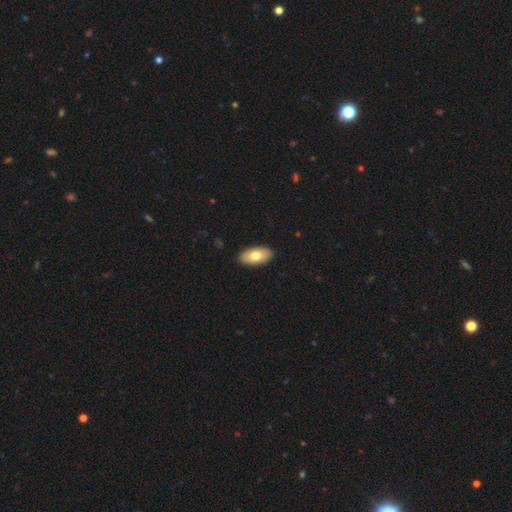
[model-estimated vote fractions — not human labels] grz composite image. It shows a smooth galaxy with no disk features (75%) that is in between round and cigar-shaped (93%). Merging: none (90%).